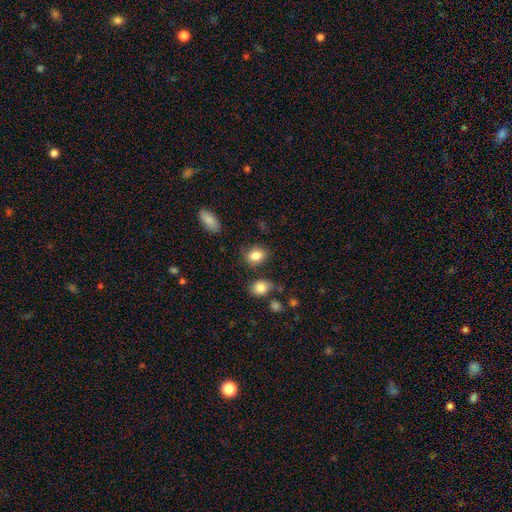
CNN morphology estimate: The model was most divided on "how rounded": in between: 64%, round: 35%, cigar-shaped: 1%. More confident: smooth or featured — smooth (85%); merging — none (78%).